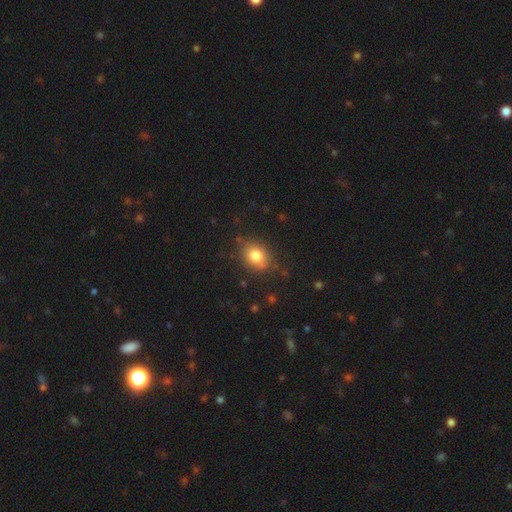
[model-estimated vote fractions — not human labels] Smooth or featured? Predicted: smooth (p=0.81). How rounded? Predicted: in between (p=0.57). Merging? Predicted: none (p=0.78).